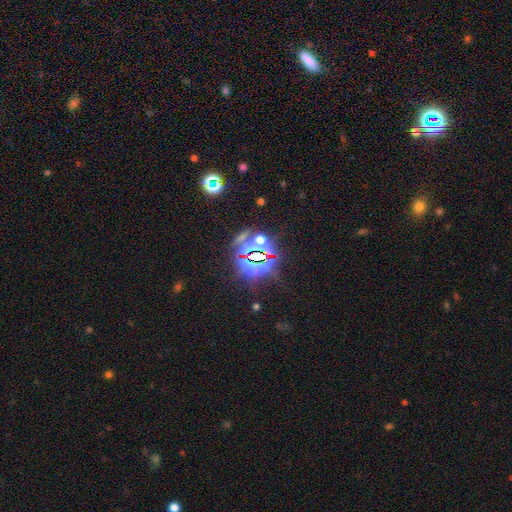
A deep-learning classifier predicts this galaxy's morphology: The model was most divided on "smooth or featured": star or artifact: 78%, smooth: 13%, featured or disk: 9%.